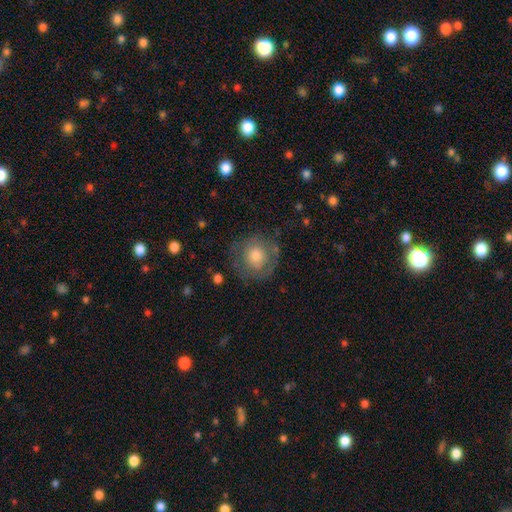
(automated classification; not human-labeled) A smooth galaxy with no disk features (59%) that is round (91%). Merging: none (73%).